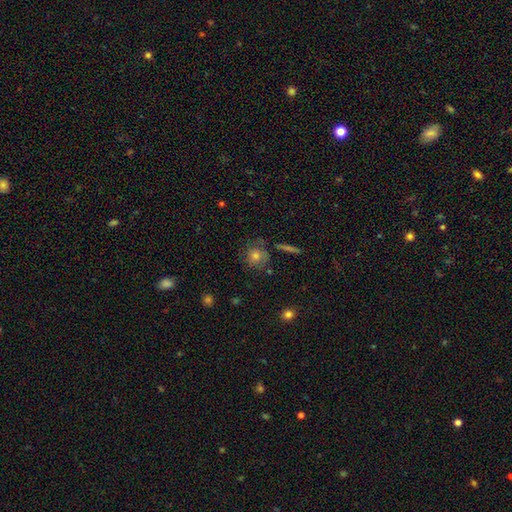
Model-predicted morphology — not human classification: smooth_or_featured: smooth (p=0.69) [alt: featured or disk p=0.16]
how_rounded: round (p=0.87) [alt: in between p=0.11]
merging: none (p=0.74) [alt: minor disturbance p=0.15]